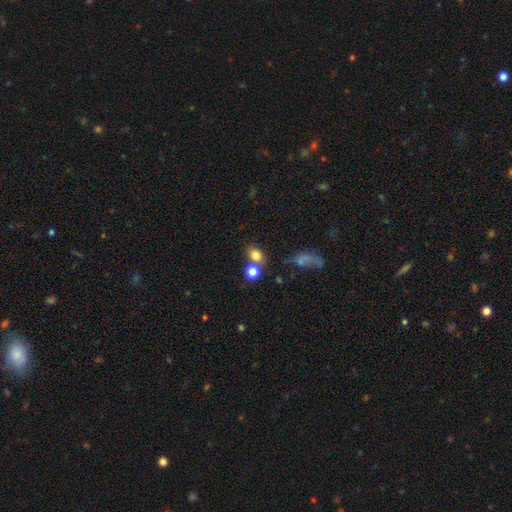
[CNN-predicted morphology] This is likely a smooth galaxy (78%). How rounded: possibly in between (55%). Merging: possibly none (54%).